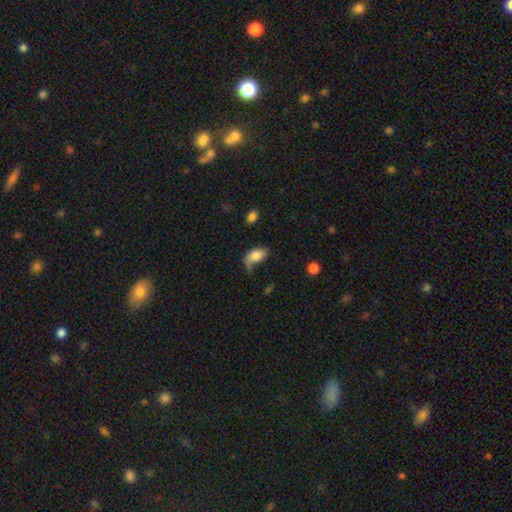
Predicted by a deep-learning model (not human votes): The model was most divided on "merging": none: 37%, minor disturbance: 31%, major disturbance: 25%, merger: 6%. More confident: how rounded — in between (90%); smooth or featured — smooth (75%).